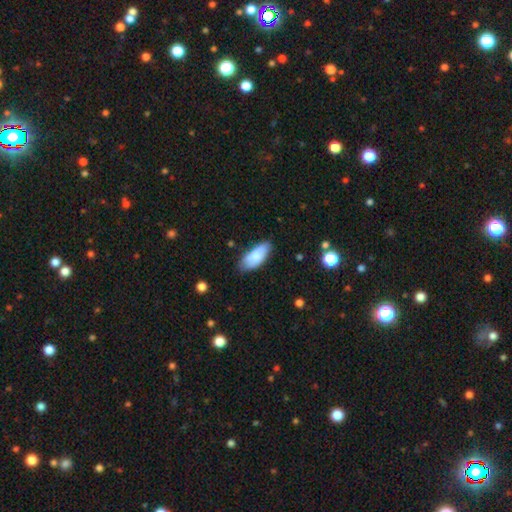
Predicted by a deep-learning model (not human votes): A smooth galaxy with no disk features (82%) that is in between round and cigar-shaped (83%).

Vote fractions:
- Smooth or featured? smooth: 82% / featured or disk: 12% / star or artifact: 6%
- How rounded? in between: 83% / cigar-shaped: 15% / round: 2%
- Merging? none: 71% / minor disturbance: 23% / major disturbance: 4% / merger: 2%